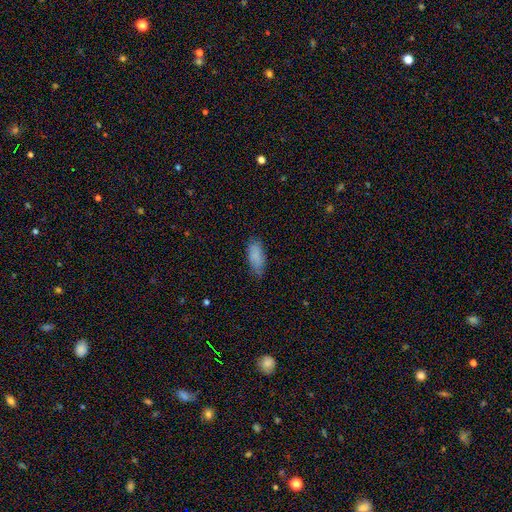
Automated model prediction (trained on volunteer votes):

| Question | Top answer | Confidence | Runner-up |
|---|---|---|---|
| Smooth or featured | smooth | 84% | featured or disk (9%) |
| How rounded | in between | 86% | cigar-shaped (12%) |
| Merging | none | 70% | minor disturbance (23%) |